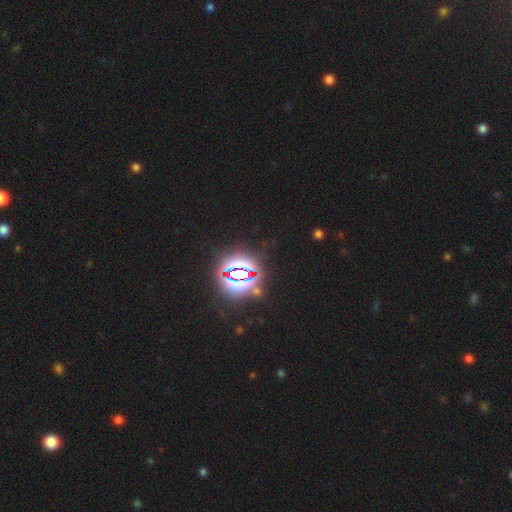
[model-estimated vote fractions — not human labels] Q: Smooth or featured?
A: star or artifact (86%); runner-up: smooth (9%)